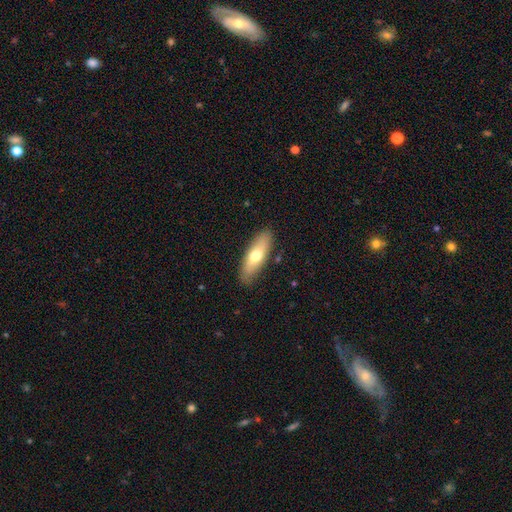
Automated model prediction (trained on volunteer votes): Smooth or featured: smooth — 65% (featured or disk — 30%)
How rounded: in between — 59% (cigar-shaped — 39%)
Merging: none — 86% (minor disturbance — 10%)